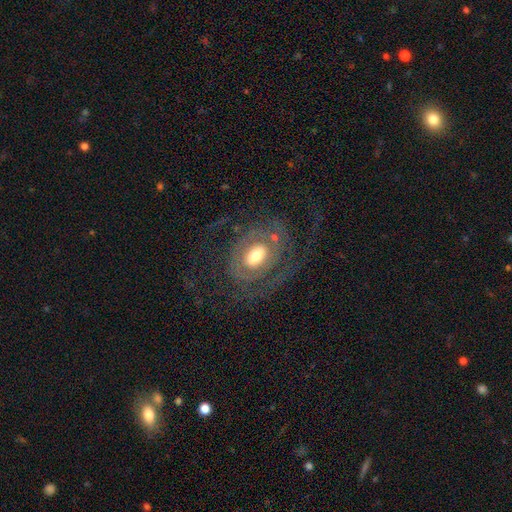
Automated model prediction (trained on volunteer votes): A featured or disk galaxy (65%) with no bar (67%), spiral arms (54%) and a moderate central bulge (59%). Merging: none (59%).